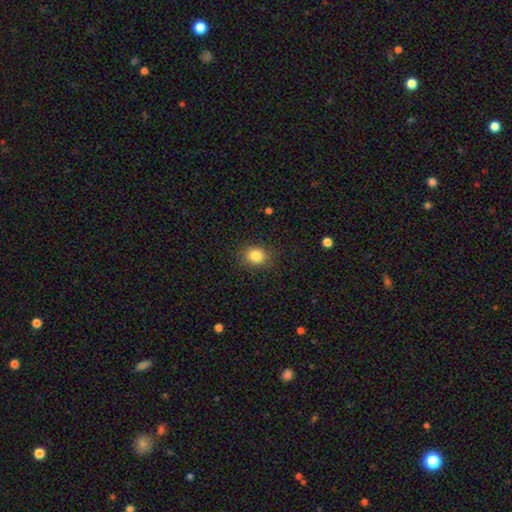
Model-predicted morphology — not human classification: type=smooth (84%); roundness=round (62%); merging=none (84%).